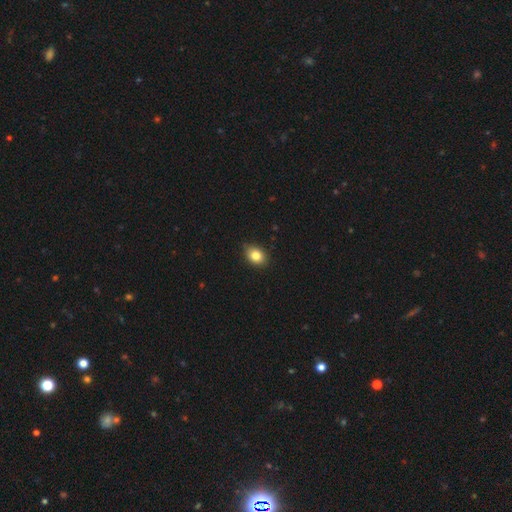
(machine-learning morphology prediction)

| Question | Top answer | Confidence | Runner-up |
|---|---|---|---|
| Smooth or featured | smooth | 82% | star or artifact (10%) |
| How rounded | in between | 61% | round (38%) |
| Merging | none | 80% | minor disturbance (17%) |